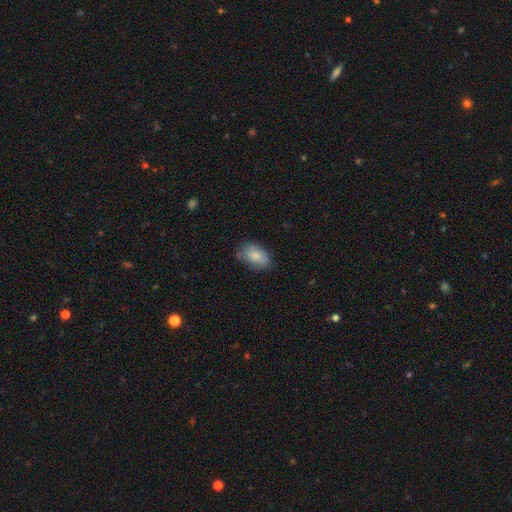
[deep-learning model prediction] The model was most divided on "merging": none: 69%, minor disturbance: 23%, major disturbance: 5%, merger: 3%. More confident: how rounded — in between (91%); smooth or featured — smooth (83%).